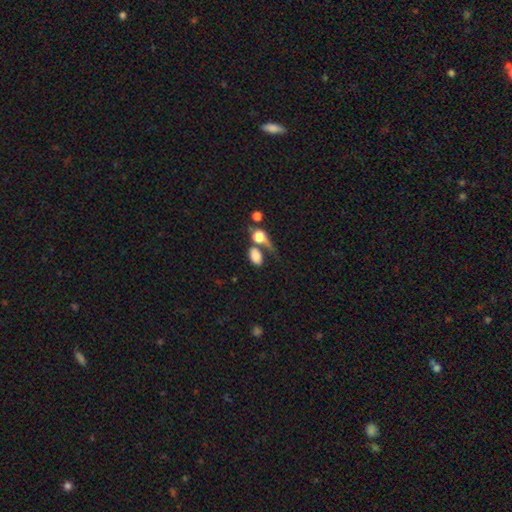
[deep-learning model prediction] A smooth galaxy with no disk features (76%) that is in between round and cigar-shaped (77%).

Vote fractions:
- Smooth or featured? smooth: 76% / featured or disk: 12% / star or artifact: 12%
- How rounded? in between: 77% / round: 20% / cigar-shaped: 3%
- Merging? none: 38% / merger: 34% / major disturbance: 14% / minor disturbance: 14%